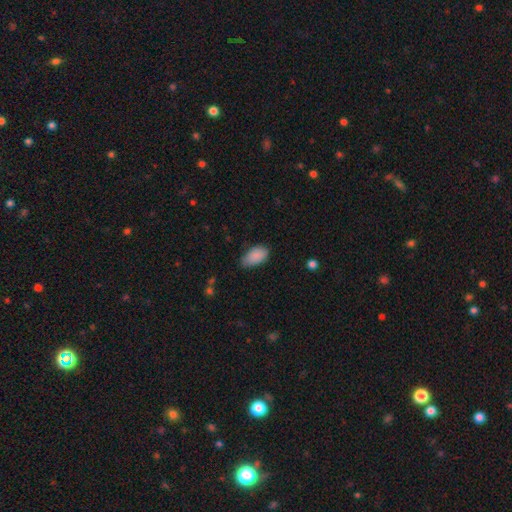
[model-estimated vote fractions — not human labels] A smooth galaxy with no disk features (88%) that is in between round and cigar-shaped (93%).

Vote fractions:
- Smooth or featured? smooth: 88% / star or artifact: 7% / featured or disk: 5%
- How rounded? in between: 93% / round: 4% / cigar-shaped: 2%
- Merging? none: 65% / minor disturbance: 29% / major disturbance: 5% / merger: 1%